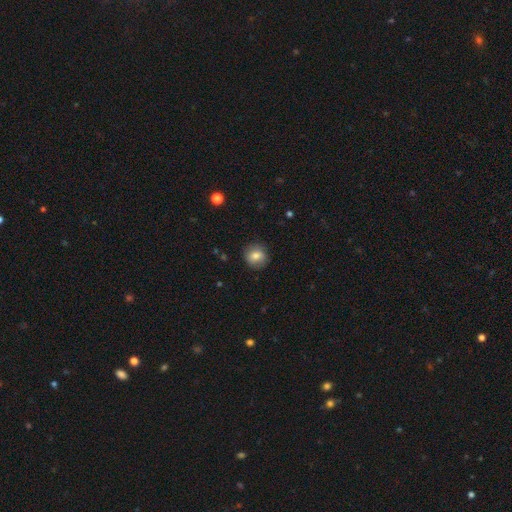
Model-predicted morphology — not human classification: This is likely a smooth galaxy (77%). How rounded: clearly round (86%). Merging: clearly none (86%).